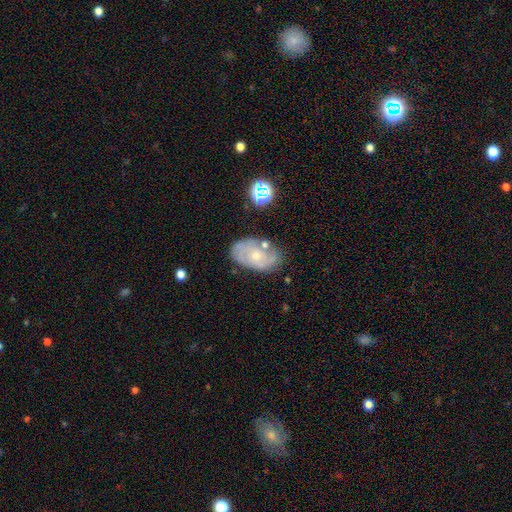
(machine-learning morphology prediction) smooth-or-featured: featured or disk: 63% | smooth: 29% | star or artifact: 9%
  disk-edge-on: no: 95% | yes: 5%
    bar: no: 81% | weak: 16% | strong: 3%
    has-spiral-arms: yes: 69% | no: 31%
    bulge-size: small: 65% | moderate: 31% | none: 2% | large: 1% | dominant: 1%
  merging: none: 62% | minor disturbance: 23% | merger: 8% | major disturbance: 7%